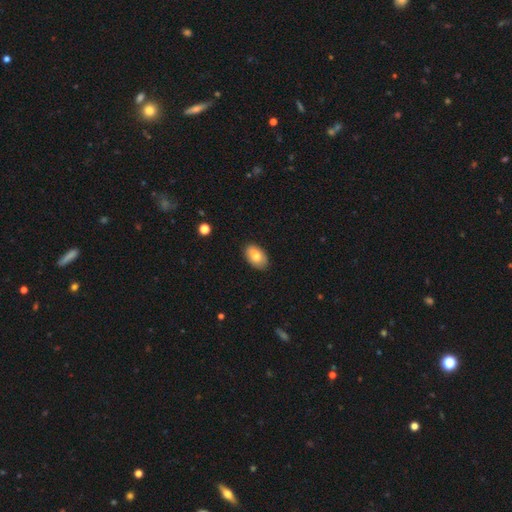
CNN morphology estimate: smooth-or-featured: smooth: 78% | featured or disk: 15% | star or artifact: 7%
  how-rounded: in between: 92% | round: 6% | cigar-shaped: 1%
  merging: none: 84% | minor disturbance: 12% | major disturbance: 2% | merger: 1%